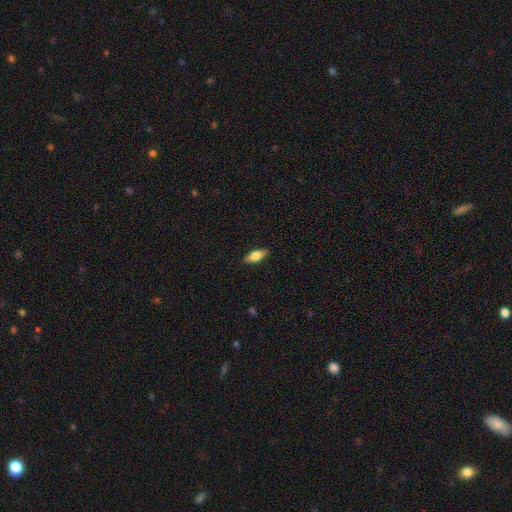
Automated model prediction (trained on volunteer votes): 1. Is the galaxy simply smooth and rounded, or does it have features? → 63% smooth, 30% featured or disk, 7% star or artifact.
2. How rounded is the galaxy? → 76% in between, 20% cigar-shaped, 4% round.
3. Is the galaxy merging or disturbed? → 87% none, 10% minor disturbance, 2% major disturbance, 1% merger.